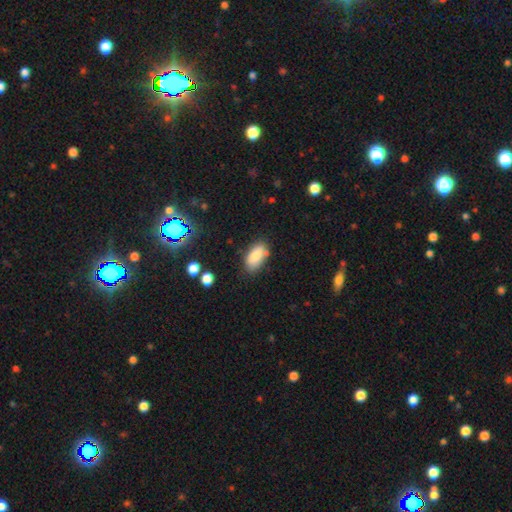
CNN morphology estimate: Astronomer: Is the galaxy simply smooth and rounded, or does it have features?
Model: smooth — 82%.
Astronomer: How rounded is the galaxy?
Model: in between — 92%.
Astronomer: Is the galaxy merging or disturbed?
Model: none — 72%.